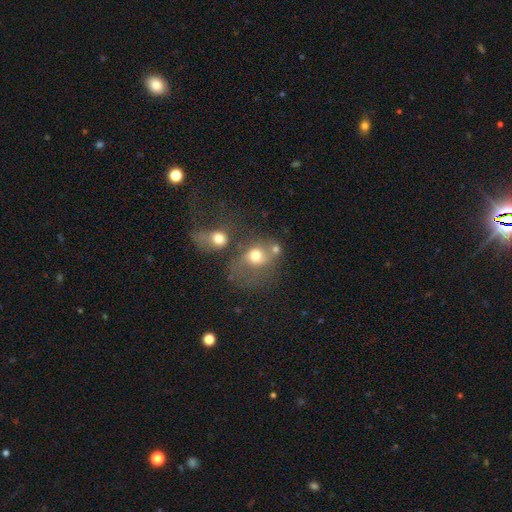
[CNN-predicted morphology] Smooth or featured?
  - smooth: 63% *
  - featured or disk: 23%
  - star or artifact: 14%
How rounded?
  - round: 60% *
  - in between: 39%
  - cigar-shaped: 1%
Merging?
  - merger: 44% *
  - none: 26%
  - major disturbance: 18%
  - minor disturbance: 12%